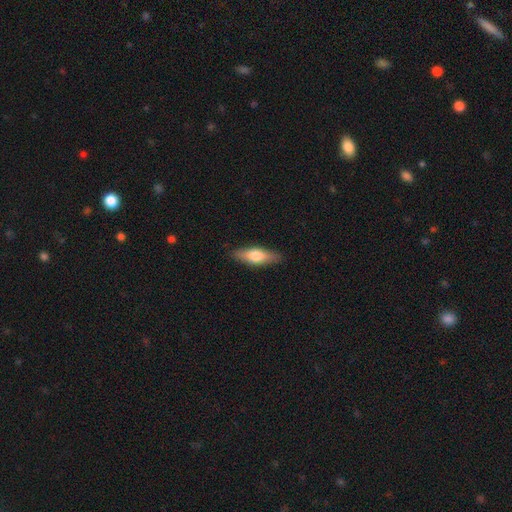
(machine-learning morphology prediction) Smooth or featured? smooth (63%)
How rounded? in between (53%)
Merging? none (87%)